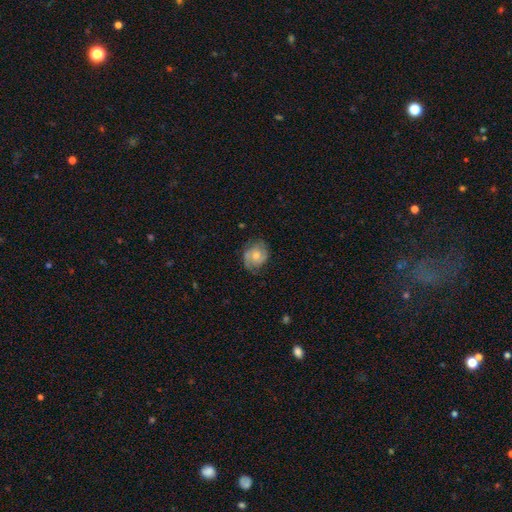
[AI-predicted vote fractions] Smooth or featured? Predicted: featured or disk (p=0.51). Edge-on disk? Predicted: no (p=0.97). Merging? Predicted: none (p=0.68).